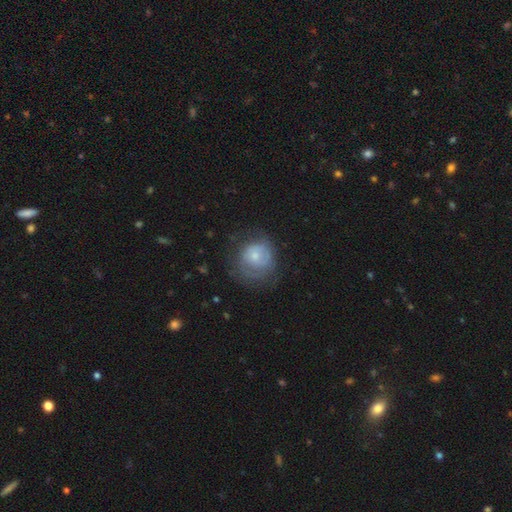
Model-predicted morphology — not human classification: The model was most divided on "smooth or featured": featured or disk: 47%, smooth: 45%, star or artifact: 8%. More confident: merging — none (56%).